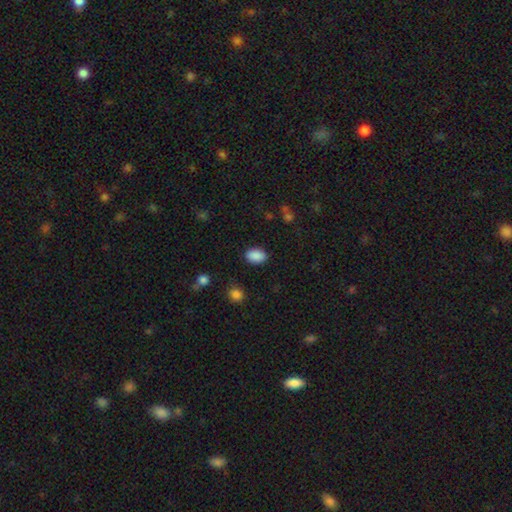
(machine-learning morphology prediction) Smooth or featured? smooth (89%)
How rounded? in between (87%)
Merging? none (87%)